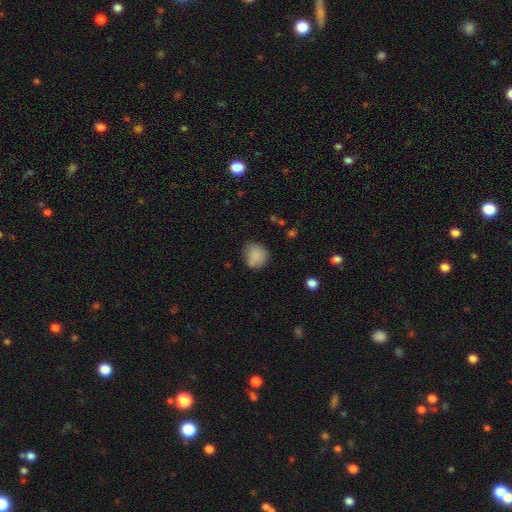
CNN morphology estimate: A smooth galaxy with no disk features (84%) that is round (78%). Merging: none (67%).